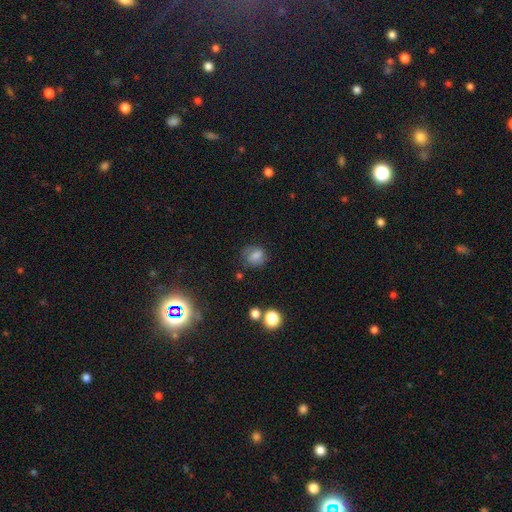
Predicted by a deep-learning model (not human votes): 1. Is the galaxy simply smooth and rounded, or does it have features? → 61% smooth, 27% featured or disk, 13% star or artifact.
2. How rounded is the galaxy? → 64% round, 35% in between, 1% cigar-shaped.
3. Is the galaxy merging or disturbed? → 62% none, 24% minor disturbance, 12% major disturbance, 3% merger.